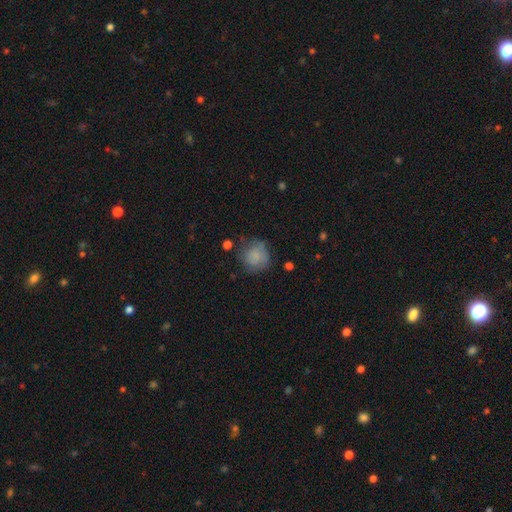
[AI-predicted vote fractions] A smooth galaxy with no disk features (74%) that is round (85%). Merging: none (60%).